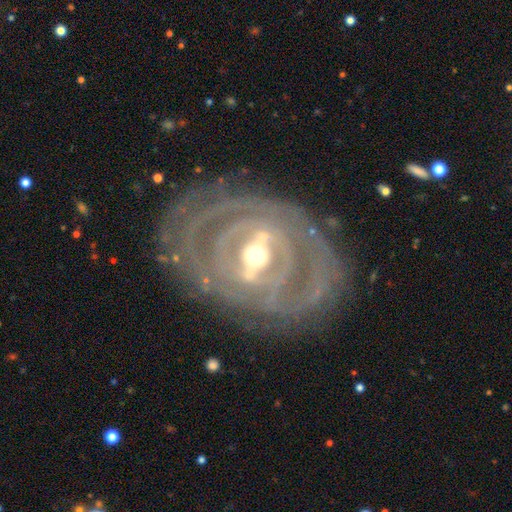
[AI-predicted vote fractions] A featured or disk galaxy (90%) with a strong bar (66%), tight (75%) spiral arms (81%) and a moderate central bulge (67%). Merging: none (77%).